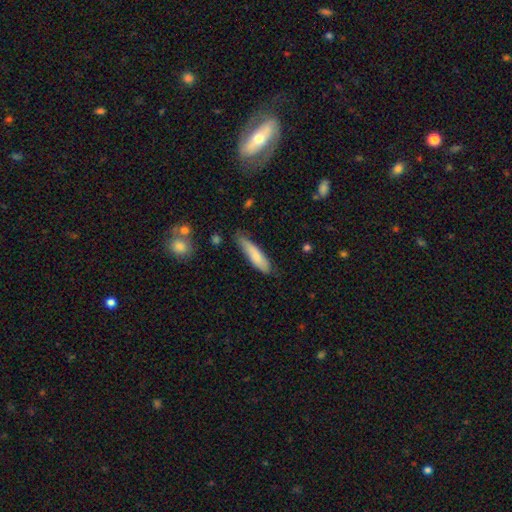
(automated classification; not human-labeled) This appears to be a smooth galaxy with no disk features (74%) that is cigar-shaped (74%). Merging: none (62%).